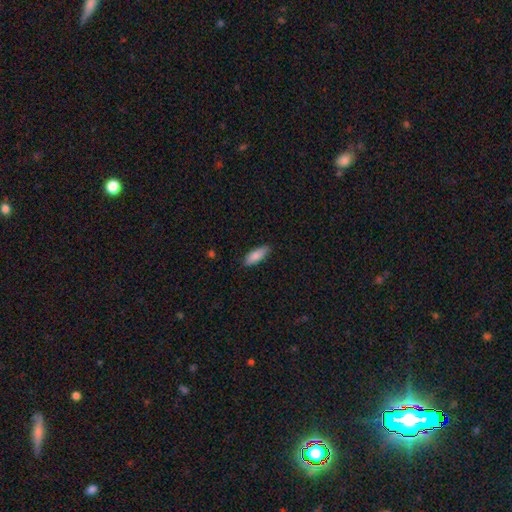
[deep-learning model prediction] Morphology: type=smooth (85%); roundness=in between (60%); merging=none (86%).